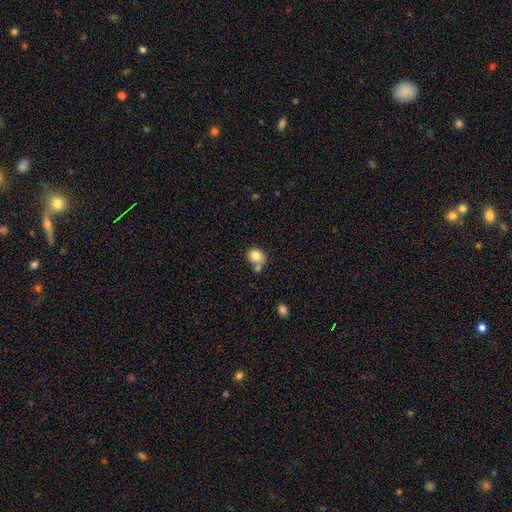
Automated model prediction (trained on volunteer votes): This is clearly a smooth galaxy (82%). How rounded: likely round (65%). Merging: possibly none (56%).